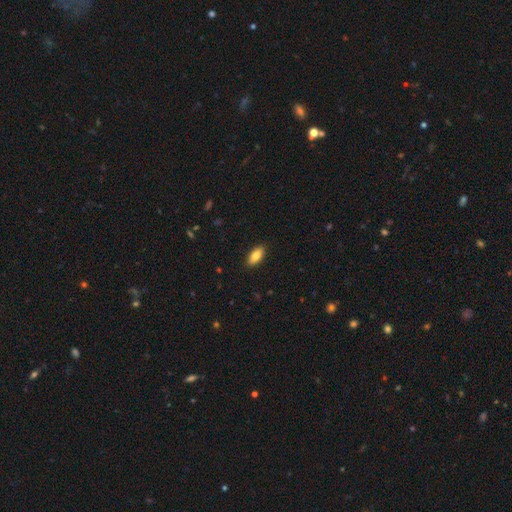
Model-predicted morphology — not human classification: smooth-or-featured: smooth: 82% | featured or disk: 11% | star or artifact: 7%
  how-rounded: in between: 88% | cigar-shaped: 9% | round: 3%
  merging: none: 89% | minor disturbance: 8% | major disturbance: 2% | merger: 1%